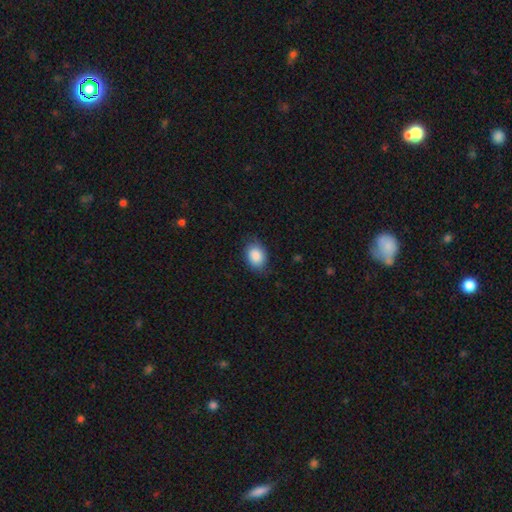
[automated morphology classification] smooth-or-featured: smooth: 88% | star or artifact: 7% | featured or disk: 5%
  how-rounded: in between: 76% | round: 23% | cigar-shaped: 1%
  merging: none: 78% | minor disturbance: 17% | major disturbance: 4% | merger: 1%